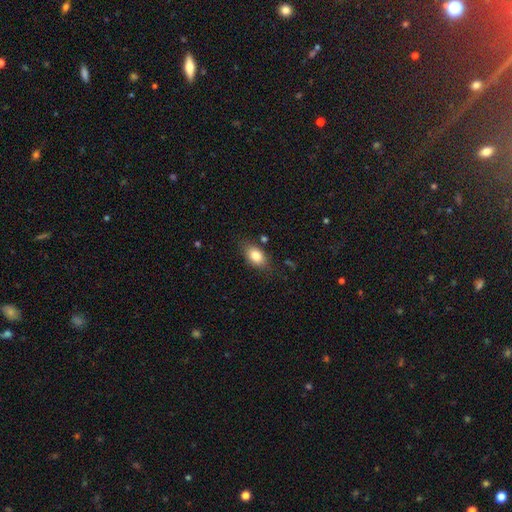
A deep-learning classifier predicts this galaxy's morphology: smooth-or-featured: smooth: 80% | featured or disk: 12% | star or artifact: 8%
  how-rounded: in between: 85% | round: 12% | cigar-shaped: 3%
  merging: none: 77% | minor disturbance: 16% | major disturbance: 4% | merger: 3%